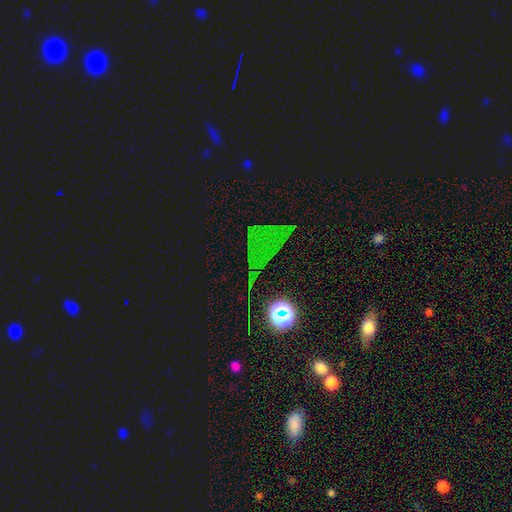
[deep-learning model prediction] Morphology: type=star or artifact (71%).